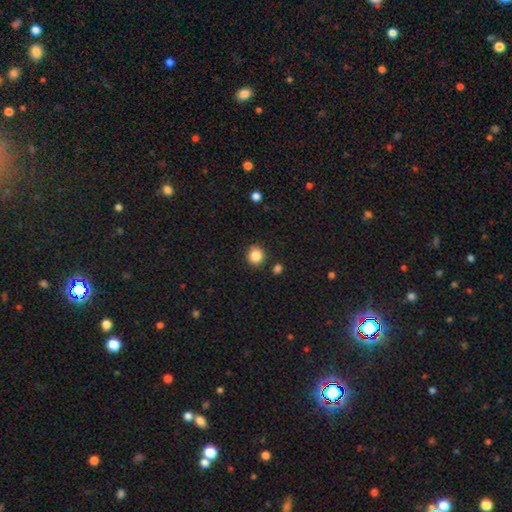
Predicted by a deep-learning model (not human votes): Overall: smooth (86%). How rounded: round (86%). Merging: none (86%).